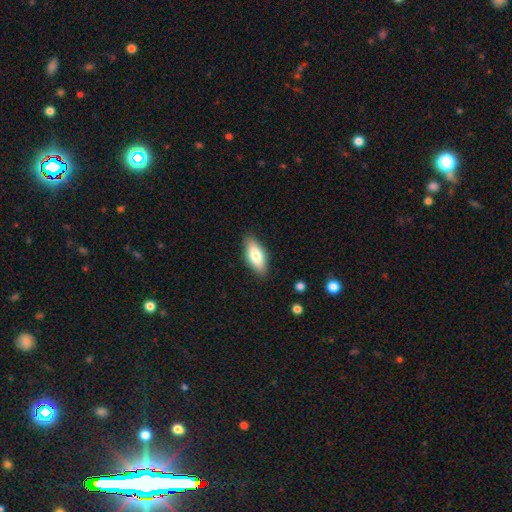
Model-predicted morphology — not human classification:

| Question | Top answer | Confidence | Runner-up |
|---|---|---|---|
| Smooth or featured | smooth | 74% | featured or disk (20%) |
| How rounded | in between | 81% | cigar-shaped (17%) |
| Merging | none | 86% | minor disturbance (11%) |